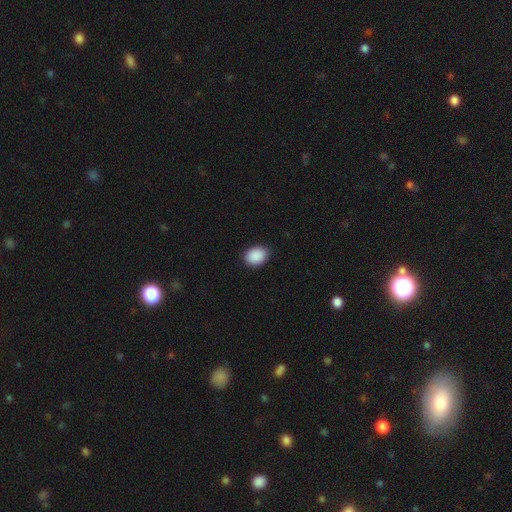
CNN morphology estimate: Smooth or featured?
  - smooth: 91% *
  - star or artifact: 7%
  - featured or disk: 2%
How rounded?
  - in between: 71% *
  - round: 28%
  - cigar-shaped: 1%
Merging?
  - none: 87% *
  - minor disturbance: 10%
  - major disturbance: 2%
  - merger: 1%